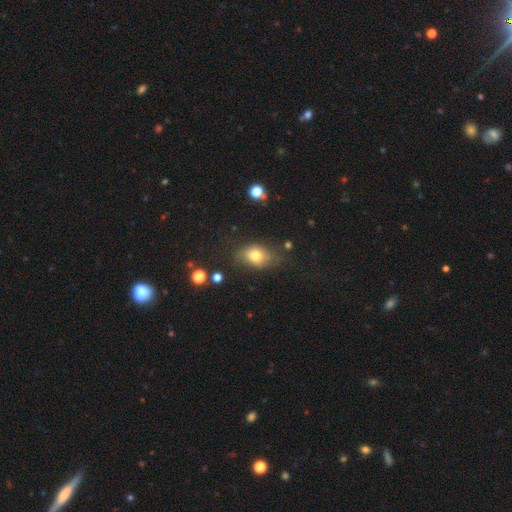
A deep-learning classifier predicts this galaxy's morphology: Q: Smooth or featured?
A: smooth (73%); runner-up: featured or disk (16%)
Q: How rounded?
A: in between (74%); runner-up: round (24%)
Q: Merging?
A: none (61%); runner-up: minor disturbance (26%)